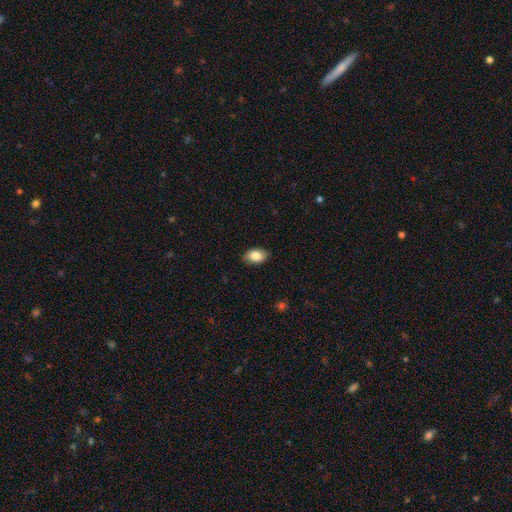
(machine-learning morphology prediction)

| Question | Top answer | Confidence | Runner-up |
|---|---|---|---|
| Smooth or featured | smooth | 85% | featured or disk (8%) |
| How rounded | in between | 90% | round (9%) |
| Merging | none | 85% | minor disturbance (12%) |